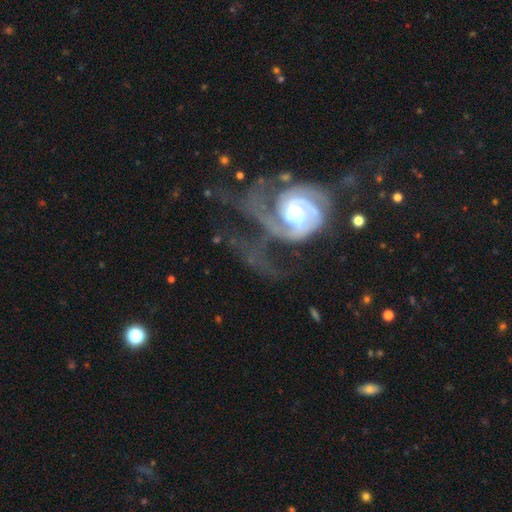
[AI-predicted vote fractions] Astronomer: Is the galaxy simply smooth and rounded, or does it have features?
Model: featured or disk — 87%.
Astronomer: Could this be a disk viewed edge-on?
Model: no — 97%.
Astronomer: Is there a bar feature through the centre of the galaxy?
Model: no — 49% (runner-up: weak, 36%).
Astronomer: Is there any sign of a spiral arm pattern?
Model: yes — 94%.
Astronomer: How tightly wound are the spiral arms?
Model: tight — 50% (runner-up: medium, 36%).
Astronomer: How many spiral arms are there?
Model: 2 — 50%.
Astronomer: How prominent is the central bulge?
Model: moderate — 50% (runner-up: small, 39%).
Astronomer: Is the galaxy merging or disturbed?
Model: major disturbance — 43% (runner-up: none, 33%).